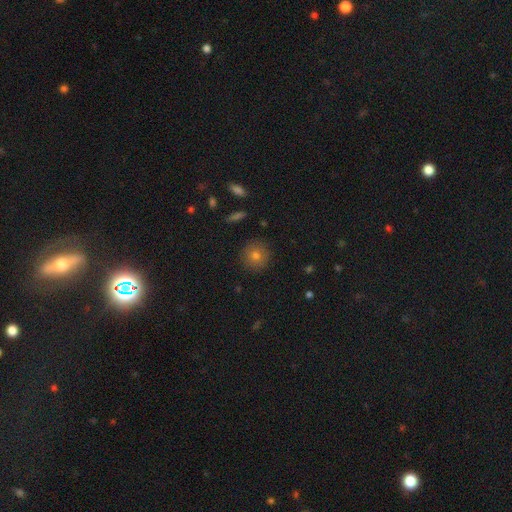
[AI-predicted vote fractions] This is likely a smooth galaxy (76%). How rounded: clearly round (94%). Merging: clearly none (89%).